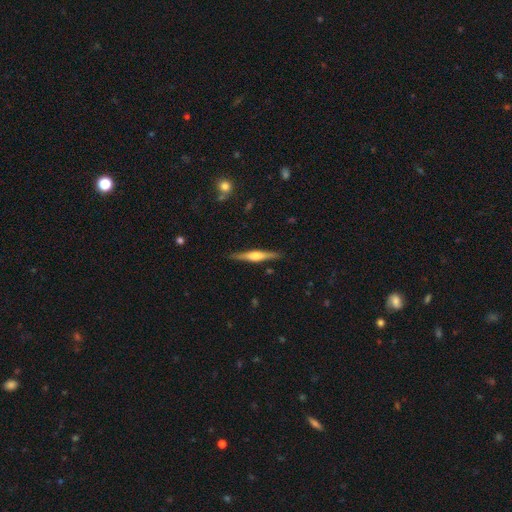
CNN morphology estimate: smooth_or_featured: featured or disk (p=0.69) [alt: smooth p=0.26]
disk_edge_on: yes (p=0.98) [alt: no p=0.02]
edge_on_bulge: rounded (p=0.83) [alt: boxy p=0.12]
merging: none (p=0.89) [alt: minor disturbance p=0.08]